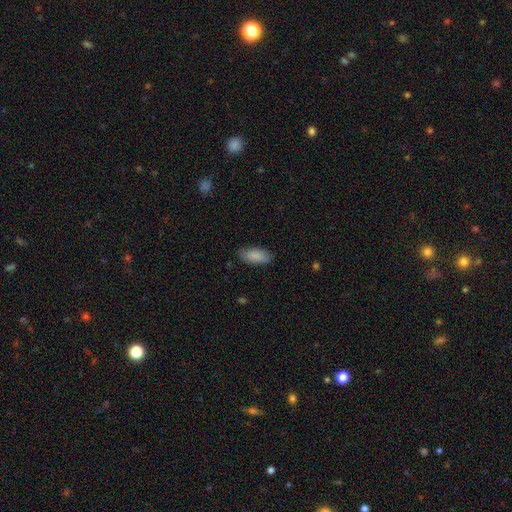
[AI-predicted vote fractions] Smooth or featured? Predicted: smooth (p=0.88). How rounded? Predicted: in between (p=0.88). Merging? Predicted: none (p=0.82).